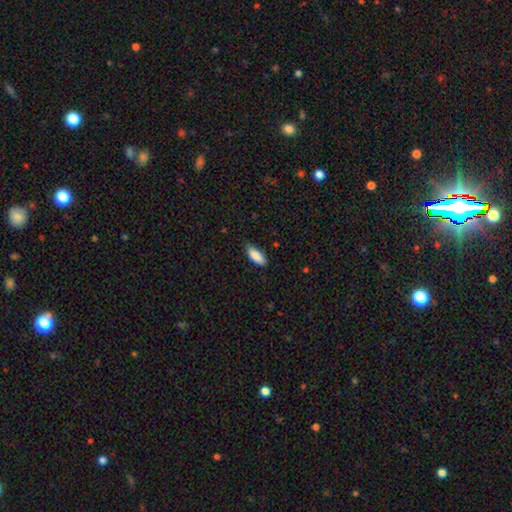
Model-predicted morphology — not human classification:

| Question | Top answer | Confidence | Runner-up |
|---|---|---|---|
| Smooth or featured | smooth | 87% | featured or disk (7%) |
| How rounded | in between | 79% | cigar-shaped (20%) |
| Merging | none | 76% | minor disturbance (20%) |